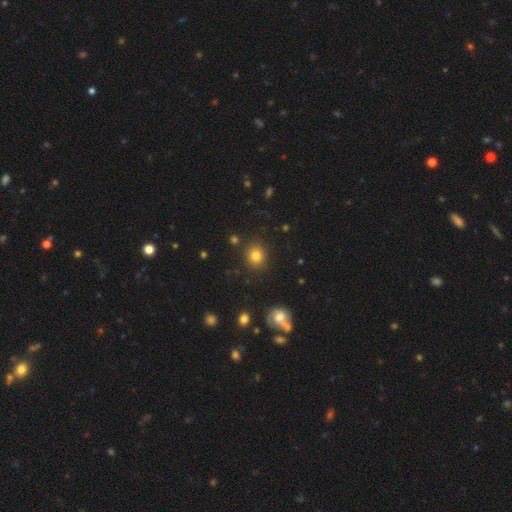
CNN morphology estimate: Q: Smooth or featured?
A: smooth (82%); runner-up: star or artifact (12%)
Q: How rounded?
A: round (76%); runner-up: in between (23%)
Q: Merging?
A: none (87%); runner-up: minor disturbance (8%)